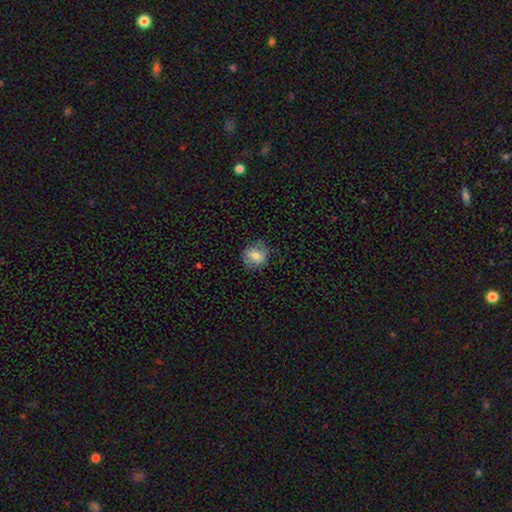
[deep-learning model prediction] A smooth galaxy with no disk features (73%) that is round (71%).

Vote fractions:
- Smooth or featured? smooth: 73% / featured or disk: 19% / star or artifact: 8%
- How rounded? round: 71% / in between: 28% / cigar-shaped: 1%
- Merging? none: 70% / minor disturbance: 22% / major disturbance: 7% / merger: 1%